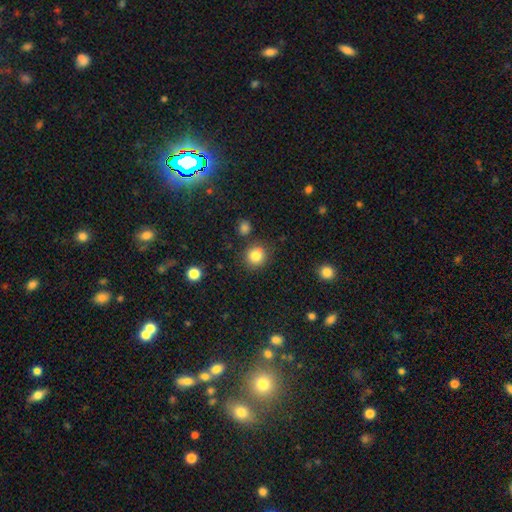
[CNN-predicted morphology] smooth_or_featured: smooth (p=0.83) [alt: star or artifact p=0.11]
how_rounded: round (p=0.90) [alt: in between p=0.10]
merging: none (p=0.83) [alt: minor disturbance p=0.09]